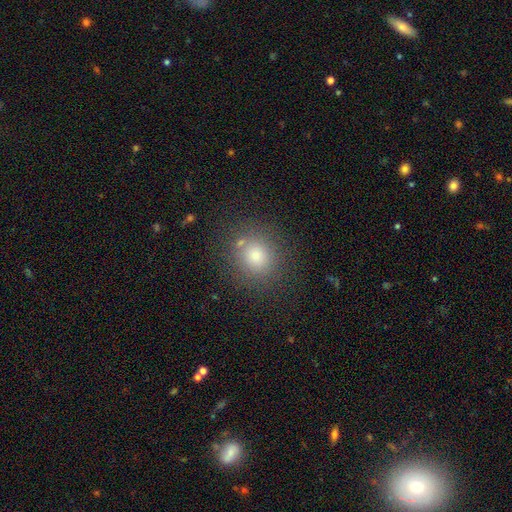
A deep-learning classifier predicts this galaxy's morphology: A smooth galaxy with no disk features (78%) that is round (83%).

Vote fractions:
- Smooth or featured? smooth: 78% / star or artifact: 13% / featured or disk: 9%
- How rounded? round: 83% / in between: 16% / cigar-shaped: 1%
- Merging? none: 80% / minor disturbance: 11% / merger: 5% / major disturbance: 4%